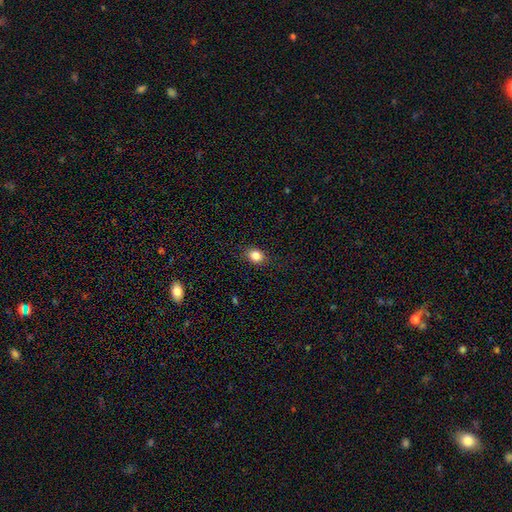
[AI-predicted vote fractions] A smooth galaxy with no disk features (84%) that is in between round and cigar-shaped (49%, tied with round).

Vote fractions:
- Smooth or featured? smooth: 84% / star or artifact: 10% / featured or disk: 5%
- How rounded? in between: 49% (tied) / round: 49% (tied) / cigar-shaped: 1%
- Merging? none: 88% / minor disturbance: 9% / major disturbance: 2% / merger: 1%